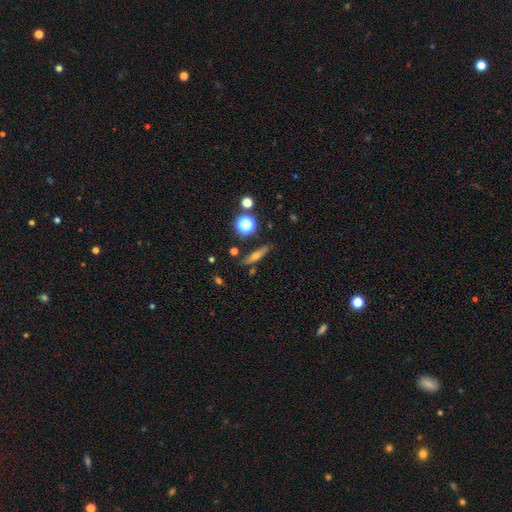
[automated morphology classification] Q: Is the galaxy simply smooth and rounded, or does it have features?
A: featured or disk — 50%.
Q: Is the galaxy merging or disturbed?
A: none — 84%.